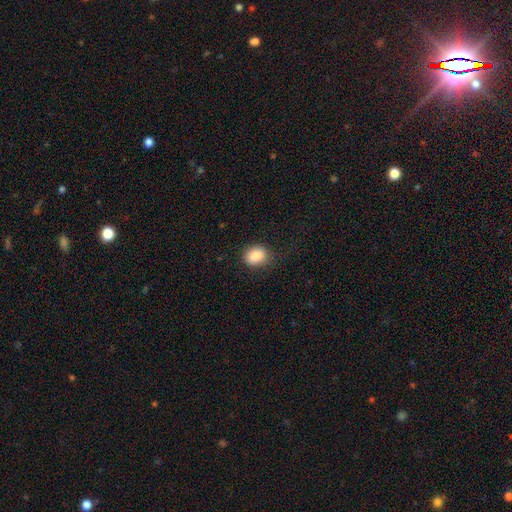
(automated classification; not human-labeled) Smooth or featured: smooth — 87% (star or artifact — 9%)
How rounded: in between — 53% (round — 46%)
Merging: none — 75% (minor disturbance — 18%)